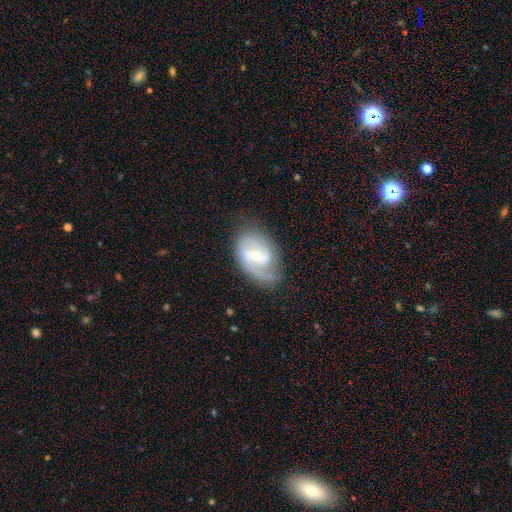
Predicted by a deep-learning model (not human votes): Morphology: type=featured or disk (87%); edge-on=no (97%); bar=weak (54%); spiral arms=yes (97%); winding=medium (51%); arm count=2 (66%); bulge=small (57%); merging=none (71%).